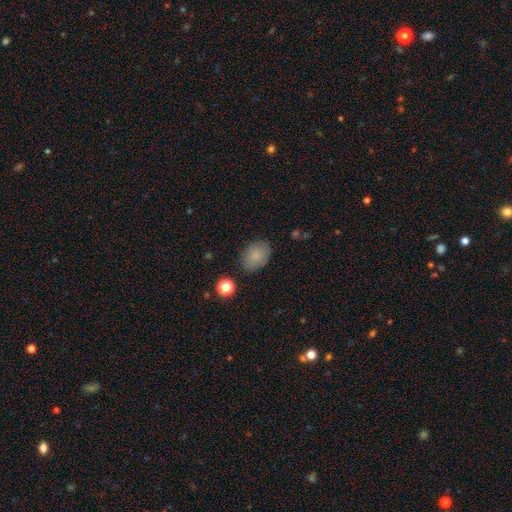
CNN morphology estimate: The model was most divided on "how rounded": in between: 72%, round: 27%, cigar-shaped: 1%. More confident: smooth or featured — smooth (83%); merging — none (82%).